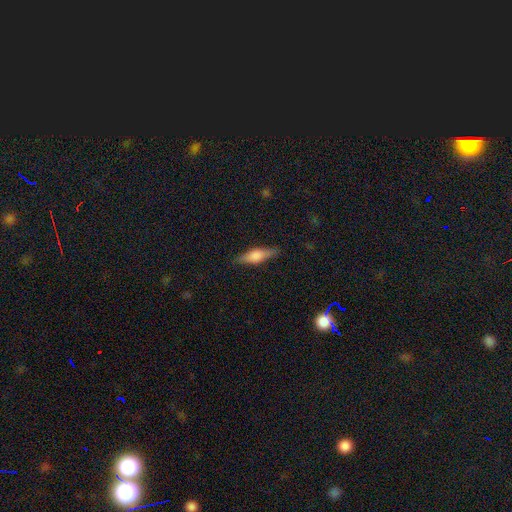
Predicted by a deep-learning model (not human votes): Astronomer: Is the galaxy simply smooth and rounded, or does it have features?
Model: smooth — 54% (runner-up: featured or disk, 38%).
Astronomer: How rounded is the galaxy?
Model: cigar-shaped — 54% (runner-up: in between, 43%).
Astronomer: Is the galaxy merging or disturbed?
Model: none — 84%.